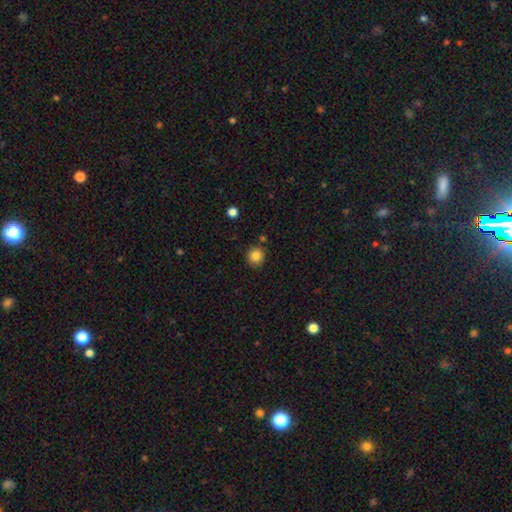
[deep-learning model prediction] smooth_or_featured: smooth (p=0.84) [alt: star or artifact p=0.10]
how_rounded: round (p=0.87) [alt: in between p=0.13]
merging: none (p=0.83) [alt: minor disturbance p=0.10]